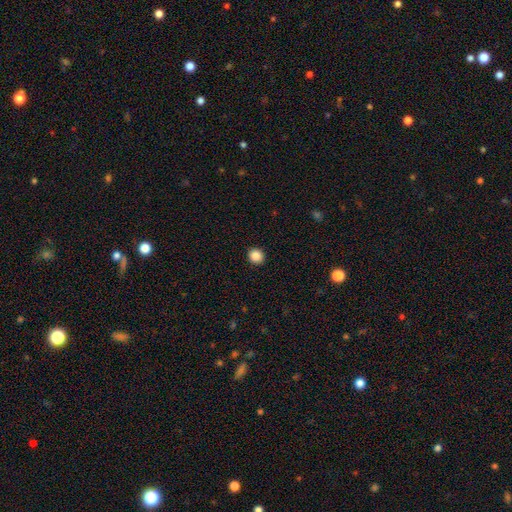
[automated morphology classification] type=smooth (86%); roundness=round (88%); merging=none (93%).